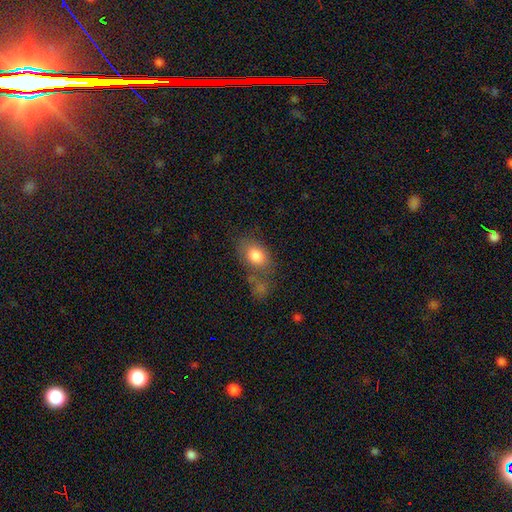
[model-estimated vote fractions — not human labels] smooth_or_featured: smooth (p=0.81) [alt: featured or disk p=0.12]
how_rounded: in between (p=0.77) [alt: round p=0.22]
merging: none (p=0.51) [alt: minor disturbance p=0.20]